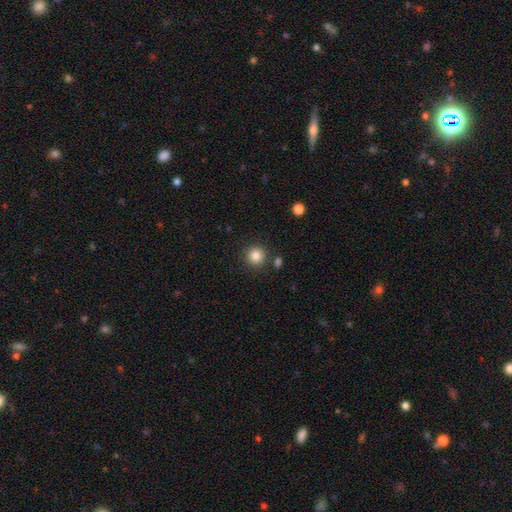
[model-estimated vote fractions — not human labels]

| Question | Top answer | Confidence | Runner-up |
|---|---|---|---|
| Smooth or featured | smooth | 85% | star or artifact (11%) |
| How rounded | round | 94% | in between (5%) |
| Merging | none | 87% | minor disturbance (7%) |